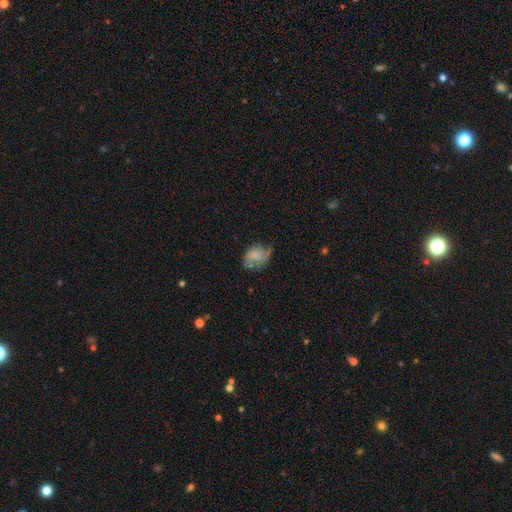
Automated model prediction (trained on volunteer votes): Q: Smooth or featured?
A: smooth (58%); runner-up: featured or disk (33%)
Q: How rounded?
A: in between (59%); runner-up: round (40%)
Q: Merging?
A: none (44%); runner-up: minor disturbance (34%)